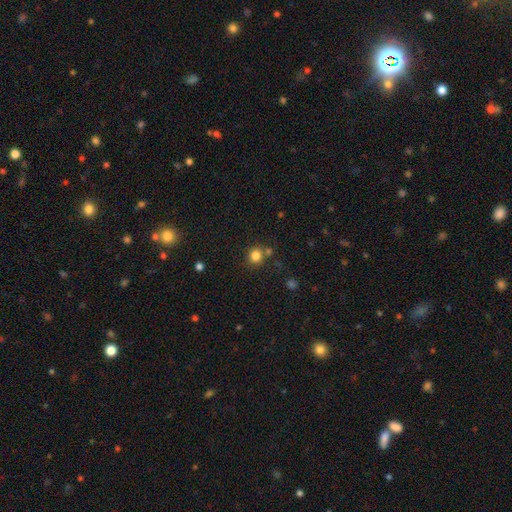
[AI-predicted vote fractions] A smooth galaxy with no disk features (82%) that is round (89%). Merging: none (72%).